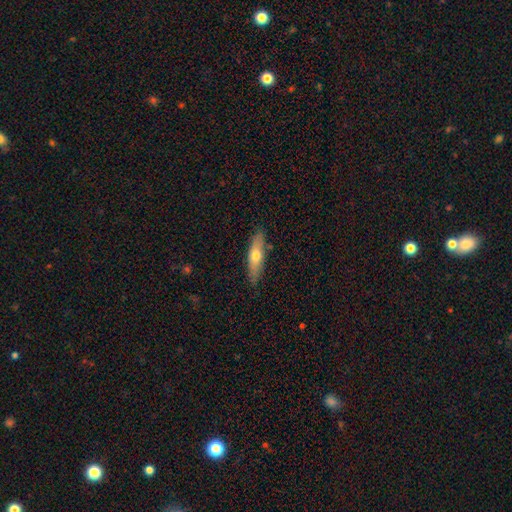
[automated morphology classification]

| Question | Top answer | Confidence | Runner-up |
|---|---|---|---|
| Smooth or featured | smooth | 61% | featured or disk (33%) |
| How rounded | cigar-shaped | 61% | in between (37%) |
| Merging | none | 84% | minor disturbance (12%) |